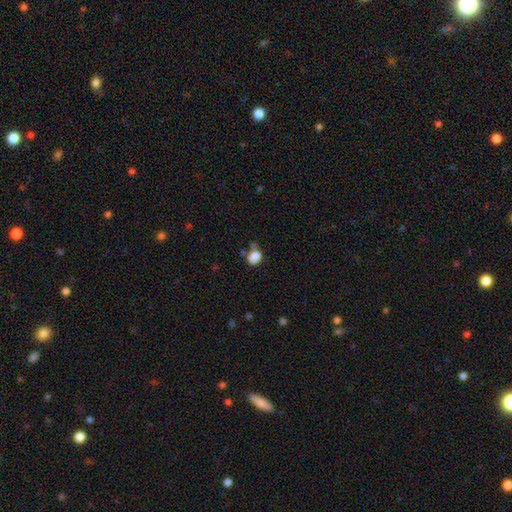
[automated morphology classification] Smooth or featured? Predicted: smooth (p=0.83). How rounded? Predicted: in between (p=0.53). Merging? Predicted: none (p=0.49).